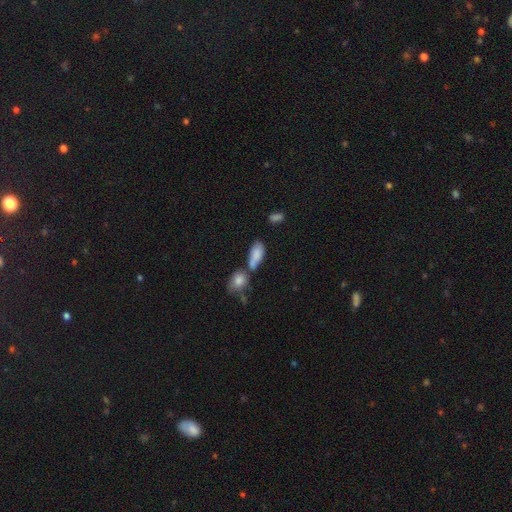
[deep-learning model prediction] Smooth or featured? Predicted: smooth (p=0.82). How rounded? Predicted: in between (p=0.86). Merging? Predicted: merger (p=0.43).